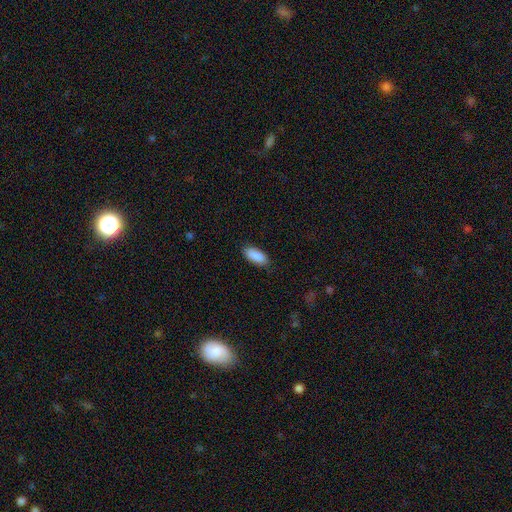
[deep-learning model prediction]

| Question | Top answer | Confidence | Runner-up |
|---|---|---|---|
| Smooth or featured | smooth | 90% | star or artifact (6%) |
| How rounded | in between | 85% | cigar-shaped (13%) |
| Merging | none | 85% | minor disturbance (11%) |